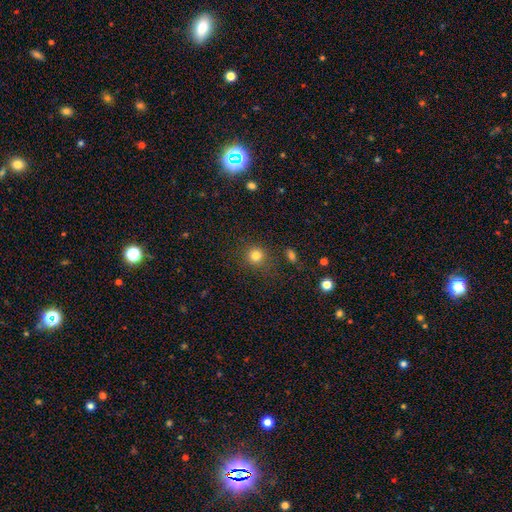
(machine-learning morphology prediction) A smooth galaxy with no disk features (81%) that is round (90%). Merging: none (82%).